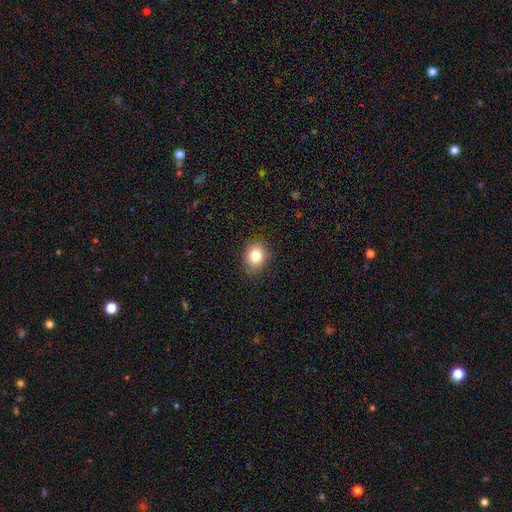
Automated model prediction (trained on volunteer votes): Smooth or featured? Predicted: smooth (p=0.81). How rounded? Predicted: round (p=0.51). Merging? Predicted: none (p=0.88).